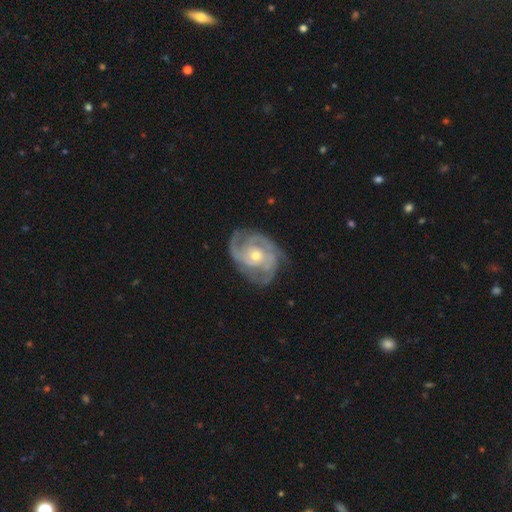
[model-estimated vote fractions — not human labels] Smooth or featured: featured or disk — 91% (smooth — 5%)
Edge-on disk: no — 98% (yes — 2%)
Bar: no — 73% (weak — 22%)
Spiral arms: yes — 98% (no — 2%)
Spiral winding: tight — 54% (medium — 39%)
Spiral arm count: 3 — 51% (2 — 20%)
Bulge size: moderate — 57% (small — 40%)
Merging: none — 73% (minor disturbance — 19%)